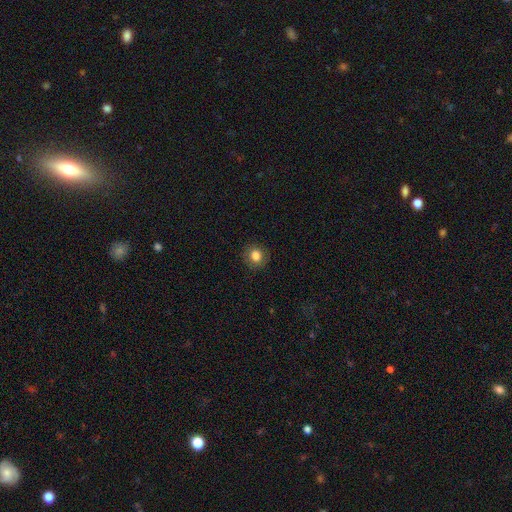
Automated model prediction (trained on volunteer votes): Smooth or featured? Predicted: smooth (p=0.82). How rounded? Predicted: round (p=0.86). Merging? Predicted: none (p=0.89).